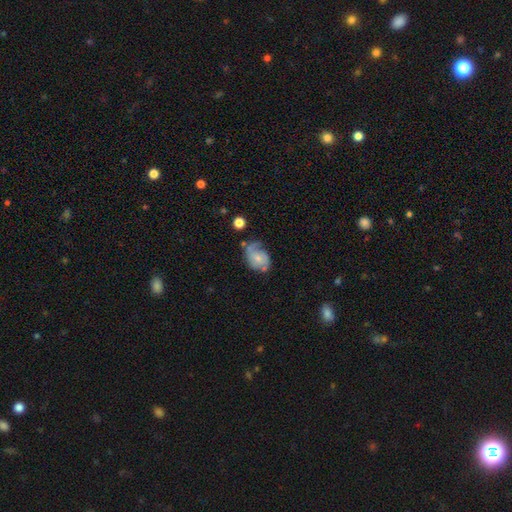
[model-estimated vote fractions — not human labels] This is likely a featured or disk galaxy (66%). It is clearly not viewed edge-on (97%). Bar: likely no (74%). Spiral arm pattern: clearly yes (88%). Spiral arm count: possibly 2 (51%). Spiral winding: marginally medium (41%). Central bulge: possibly small (59%). Merging: possibly none (57%).